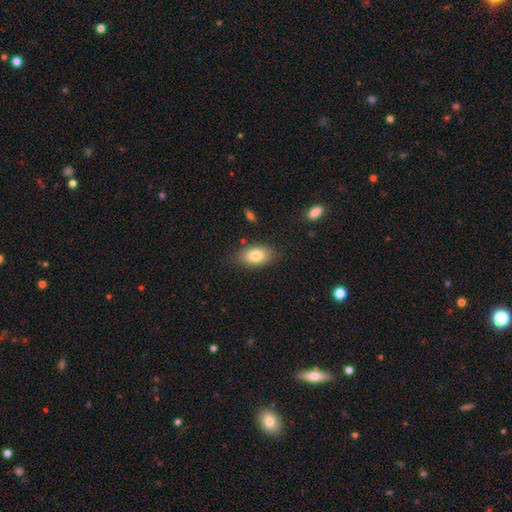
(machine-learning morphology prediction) Q: Smooth or featured?
A: smooth (81%); runner-up: featured or disk (12%)
Q: How rounded?
A: in between (89%); runner-up: round (9%)
Q: Merging?
A: none (81%); runner-up: minor disturbance (13%)